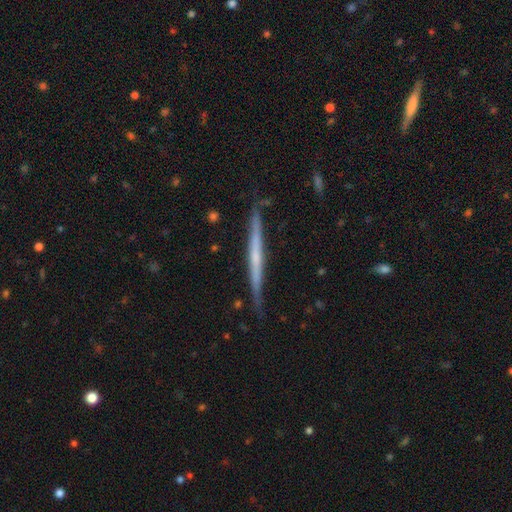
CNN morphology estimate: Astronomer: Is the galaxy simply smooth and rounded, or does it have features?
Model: featured or disk — 65%.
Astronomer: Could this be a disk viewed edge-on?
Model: yes — 97%.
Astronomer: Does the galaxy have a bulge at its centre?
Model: none — 70%.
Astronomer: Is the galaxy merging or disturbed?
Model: none — 85%.